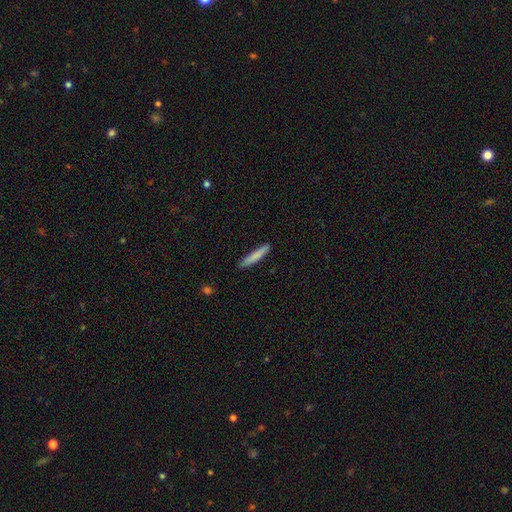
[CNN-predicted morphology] This appears to be a smooth galaxy with no disk features (81%) that is cigar-shaped (94%). Merging: none (89%).